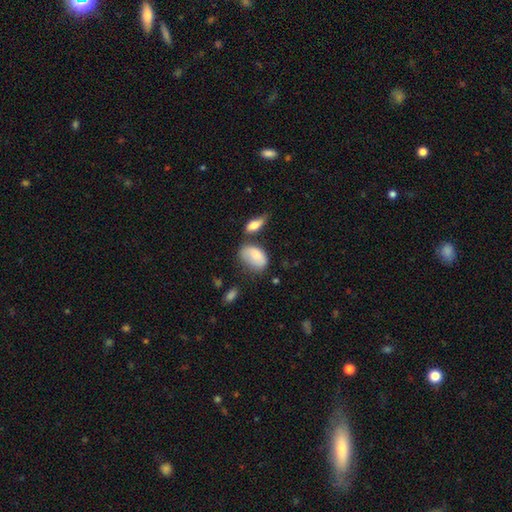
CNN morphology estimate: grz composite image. It shows a smooth galaxy with no disk features (78%) that is in between round and cigar-shaped (90%). Merging: none (35%).